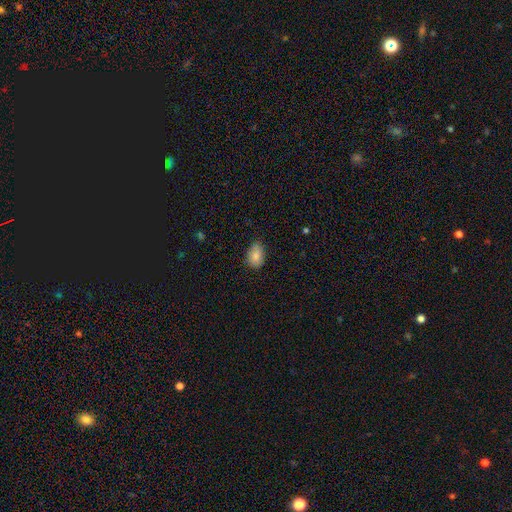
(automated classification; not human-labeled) A smooth galaxy with no disk features (84%) that is in between round and cigar-shaped (81%). Merging: none (79%).